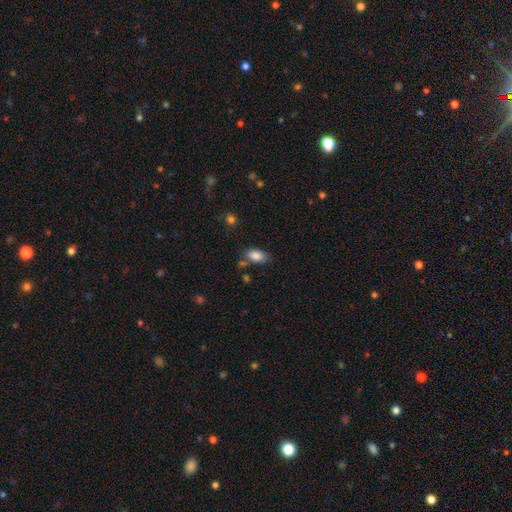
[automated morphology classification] smooth 85%, star or artifact 8%, featured or disk 7%. Down the decision tree: how rounded — in between (90%); merging — none (69%).